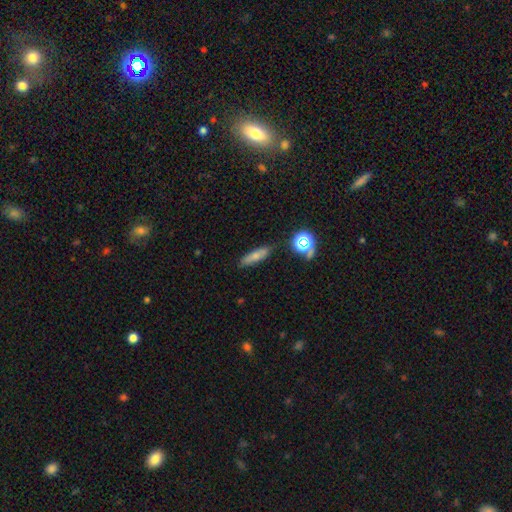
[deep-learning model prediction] A smooth galaxy with no disk features (70%) that is cigar-shaped (63%). Merging: none (82%).